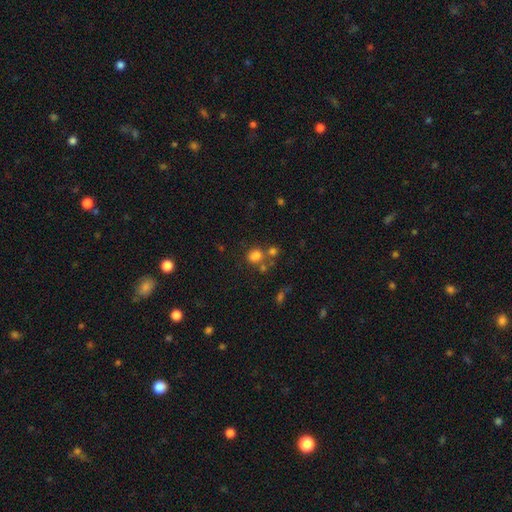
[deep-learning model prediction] A smooth galaxy with no disk features (74%) that is round (55%).

Vote fractions:
- Smooth or featured? smooth: 74% / star or artifact: 16% / featured or disk: 9%
- How rounded? round: 55% / in between: 43% / cigar-shaped: 1%
- Merging? none: 51% / merger: 29% / minor disturbance: 13% / major disturbance: 7%